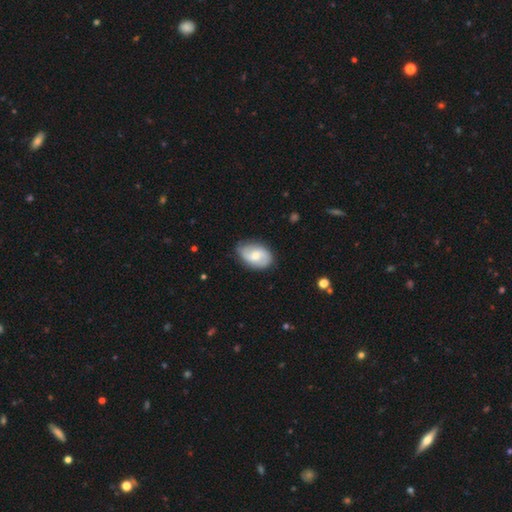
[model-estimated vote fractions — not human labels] Smooth or featured?
  - featured or disk: 59% *
  - smooth: 35%
  - star or artifact: 6%
Edge-on disk?
  - no: 96% *
  - yes: 4%
Bar?
  - no: 49% *
  - weak: 43%
  - strong: 9%
Spiral arms?
  - yes: 86% *
  - no: 14%
Bulge size?
  - moderate: 56% *
  - small: 38%
  - large: 3%
  - none: 2%
  - dominant: 1%
Merging?
  - none: 77% *
  - minor disturbance: 18%
  - major disturbance: 4%
  - merger: 1%